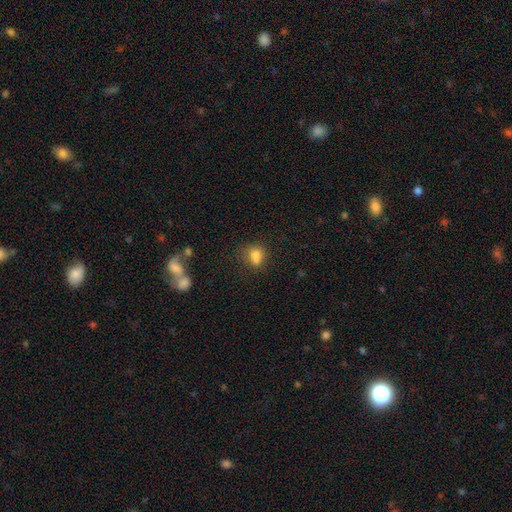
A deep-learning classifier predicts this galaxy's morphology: smooth 77%, star or artifact 13%, featured or disk 10%. Down the decision tree: how rounded — round (53%); merging — none (50%).